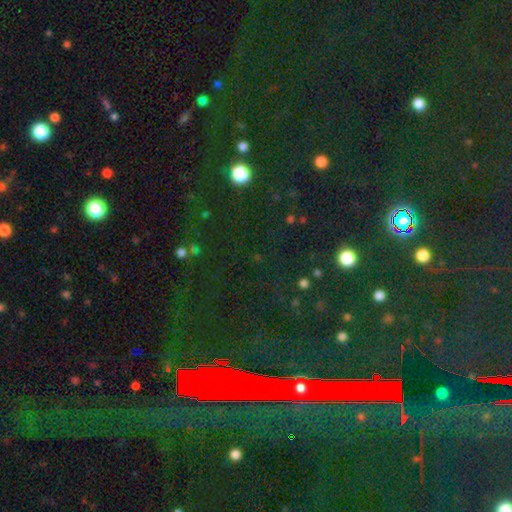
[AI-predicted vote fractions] Smooth or featured: star or artifact — 77% (smooth — 13%)